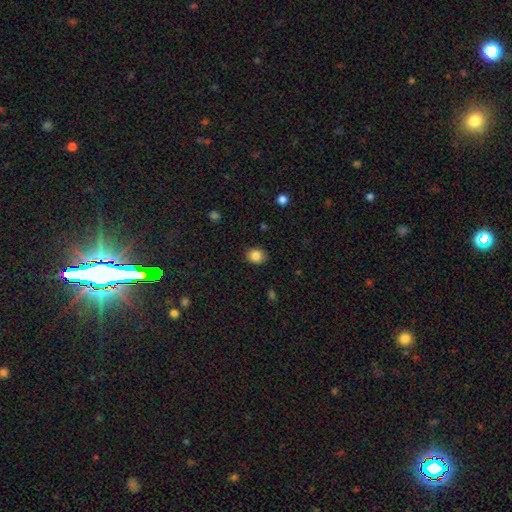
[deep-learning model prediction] smooth-or-featured: smooth: 85% | star or artifact: 10% | featured or disk: 6%
  how-rounded: round: 61% | in between: 38% | cigar-shaped: 1%
  merging: none: 89% | minor disturbance: 8% | major disturbance: 2% | merger: 1%